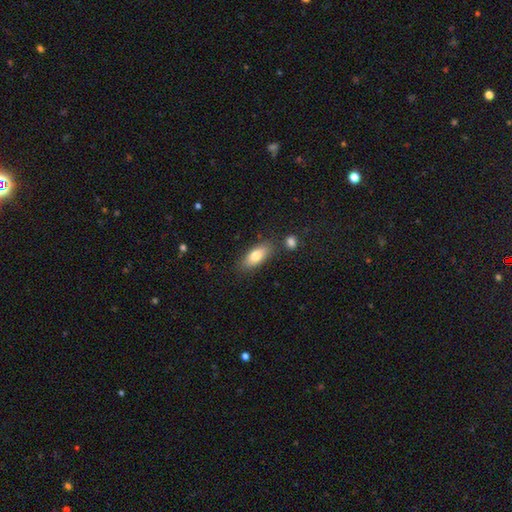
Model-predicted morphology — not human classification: This is likely a smooth galaxy (79%). How rounded: clearly in between (81%). Merging: likely none (79%).